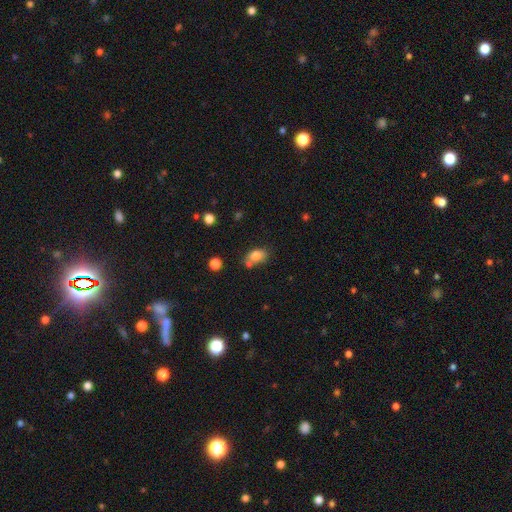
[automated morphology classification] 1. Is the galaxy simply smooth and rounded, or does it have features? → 78% smooth, 11% featured or disk, 11% star or artifact.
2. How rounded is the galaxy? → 78% in between, 20% round, 2% cigar-shaped.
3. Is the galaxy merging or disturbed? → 46% none, 27% merger, 20% minor disturbance, 7% major disturbance.